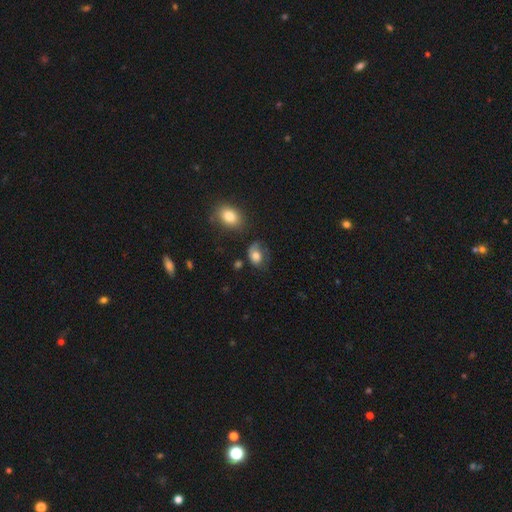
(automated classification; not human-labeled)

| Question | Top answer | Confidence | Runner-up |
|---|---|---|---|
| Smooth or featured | smooth | 73% | featured or disk (18%) |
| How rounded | in between | 68% | round (31%) |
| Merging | none | 41% | minor disturbance (33%) |